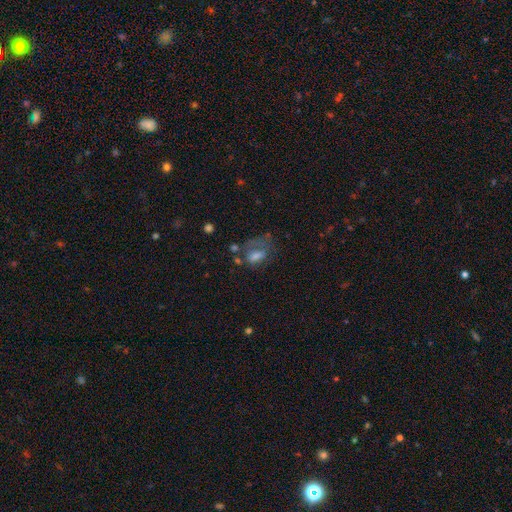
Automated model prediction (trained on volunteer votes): A smooth galaxy with no disk features (48%). Merging: major disturbance (37%).